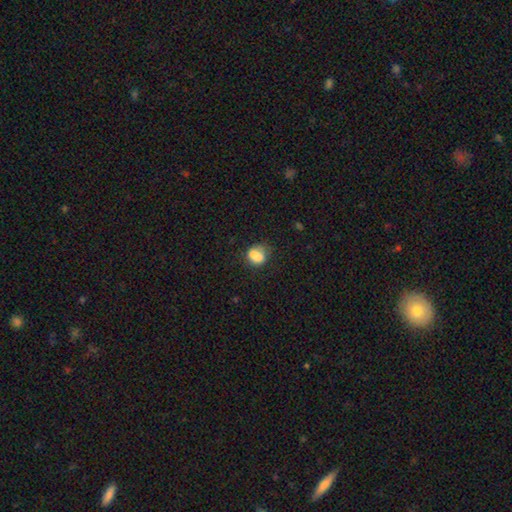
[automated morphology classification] smooth 69%, featured or disk 20%, star or artifact 10%. Down the decision tree: how rounded — round (65%); merging — merger (49%).